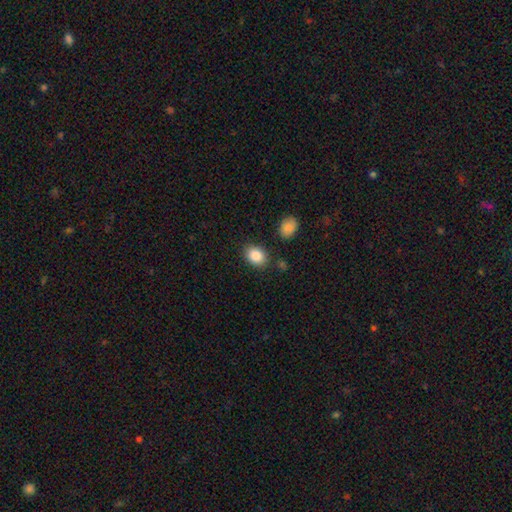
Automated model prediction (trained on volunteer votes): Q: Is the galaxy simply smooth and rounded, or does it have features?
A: smooth — 86%.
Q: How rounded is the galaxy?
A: in between — 62%.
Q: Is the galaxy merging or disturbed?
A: none — 83%.